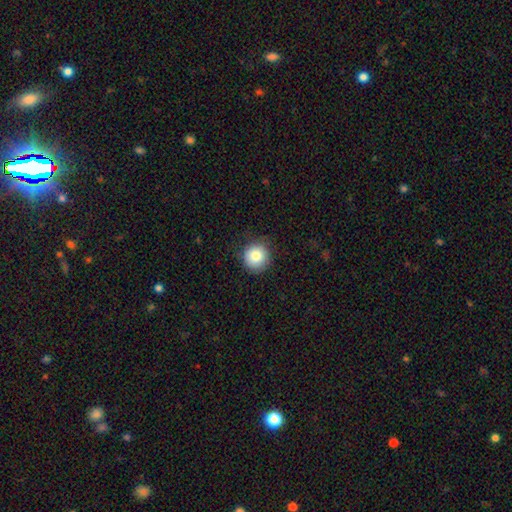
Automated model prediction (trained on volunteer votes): The model was most divided on "merging": none: 85%, minor disturbance: 11%, major disturbance: 3%, merger: 1%. More confident: how rounded — round (93%); smooth or featured — smooth (84%).